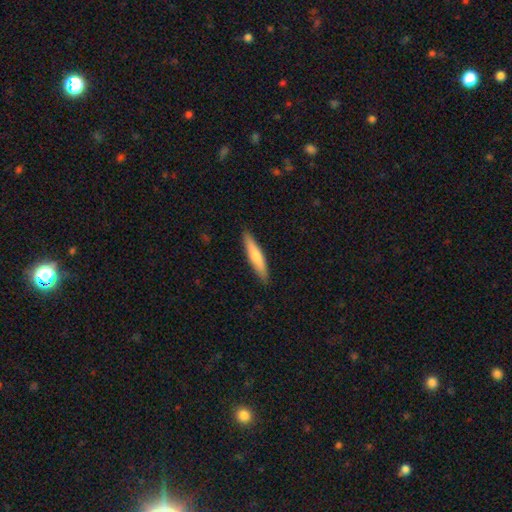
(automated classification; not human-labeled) Smooth or featured? smooth (66%)
How rounded? cigar-shaped (85%)
Merging? none (87%)